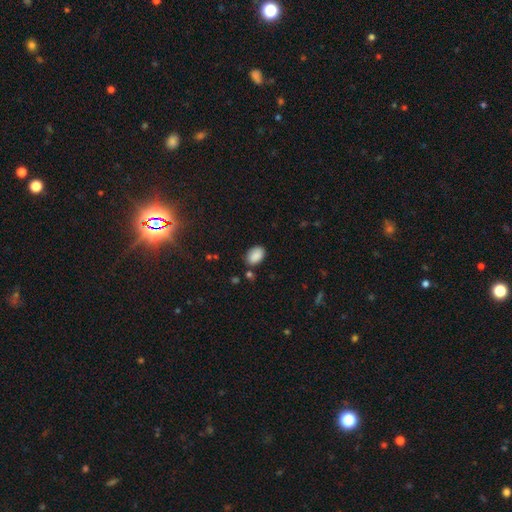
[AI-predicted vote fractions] Smooth or featured? smooth (88%)
How rounded? in between (87%)
Merging? none (78%)